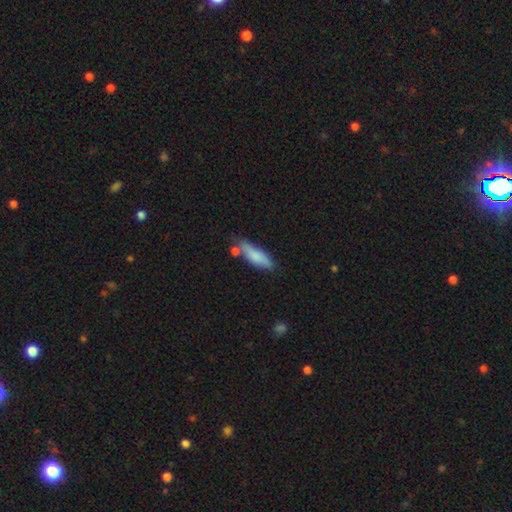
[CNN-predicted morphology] Overall: smooth (77%). How rounded: cigar-shaped (55%; in between 43%). Merging: none (62%).